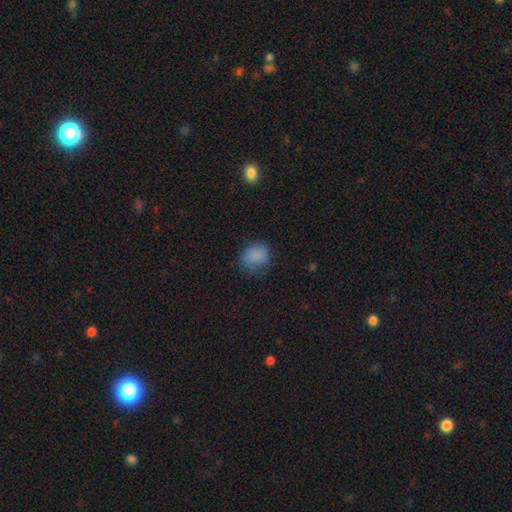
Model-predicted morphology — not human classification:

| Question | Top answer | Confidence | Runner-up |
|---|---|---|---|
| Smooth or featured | smooth | 83% | star or artifact (11%) |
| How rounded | round | 66% | in between (33%) |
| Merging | none | 67% | minor disturbance (23%) |